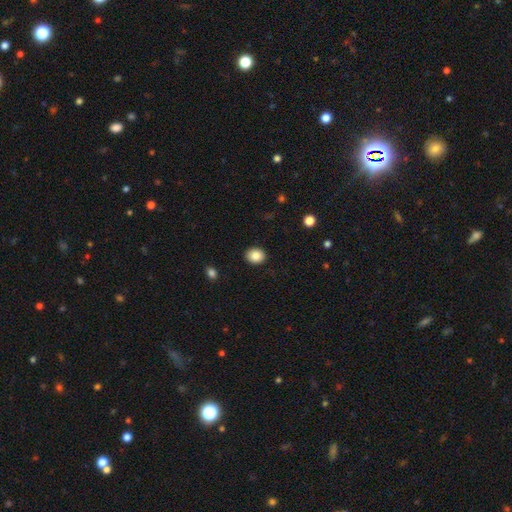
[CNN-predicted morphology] smooth 85%, star or artifact 9%, featured or disk 6%. Down the decision tree: how rounded — round (58%); merging — none (91%).